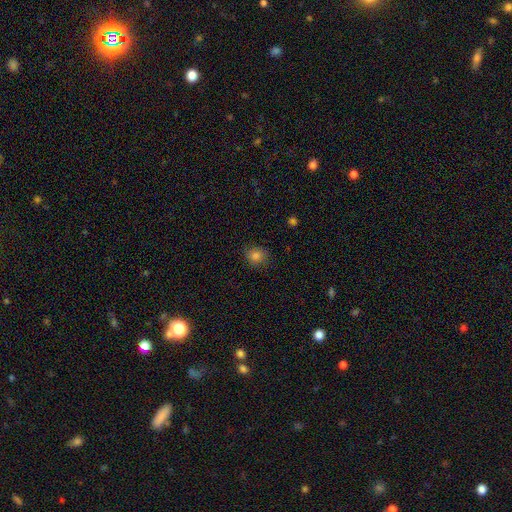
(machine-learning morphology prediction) Overall: smooth (83%). How rounded: round (81%). Merging: none (83%).